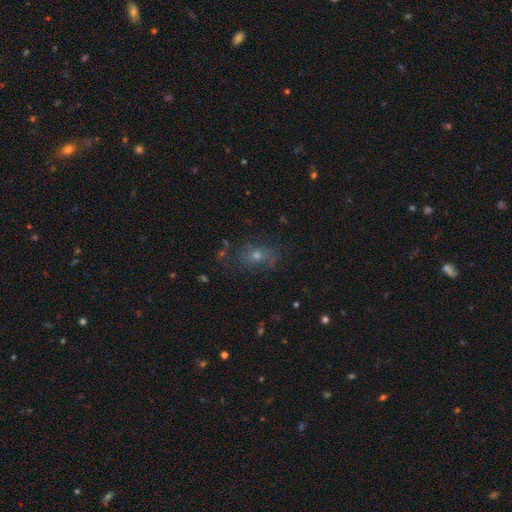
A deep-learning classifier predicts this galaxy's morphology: Overall: smooth (45%; star or artifact 28%). Merging: none (70%).